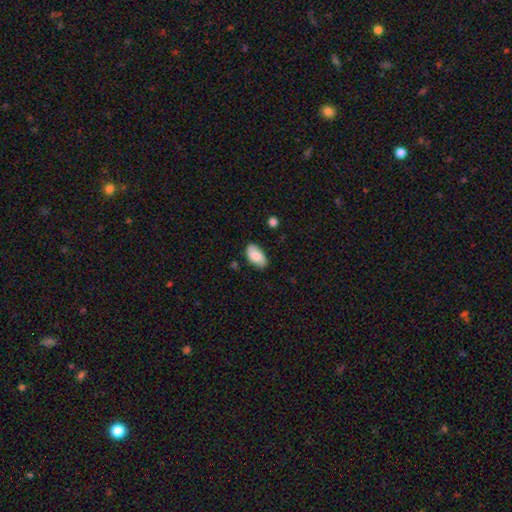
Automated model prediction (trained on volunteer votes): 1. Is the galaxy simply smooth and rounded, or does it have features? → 84% smooth, 10% featured or disk, 7% star or artifact.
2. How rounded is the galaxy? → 95% in between, 3% round, 2% cigar-shaped.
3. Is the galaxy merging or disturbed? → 78% none, 17% minor disturbance, 3% major disturbance, 2% merger.